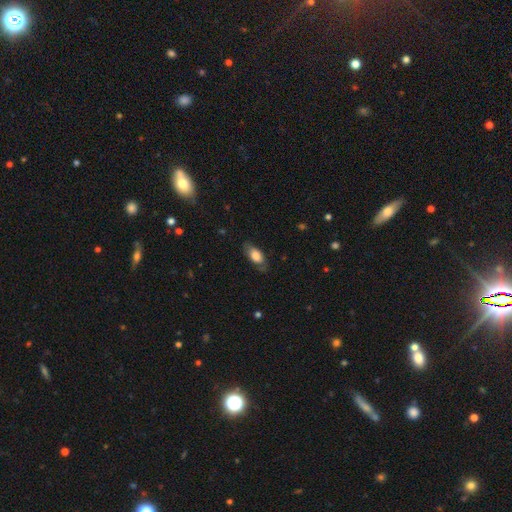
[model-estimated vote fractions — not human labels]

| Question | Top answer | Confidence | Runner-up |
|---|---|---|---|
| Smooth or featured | smooth | 72% | featured or disk (21%) |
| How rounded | in between | 88% | cigar-shaped (7%) |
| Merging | none | 71% | minor disturbance (20%) |